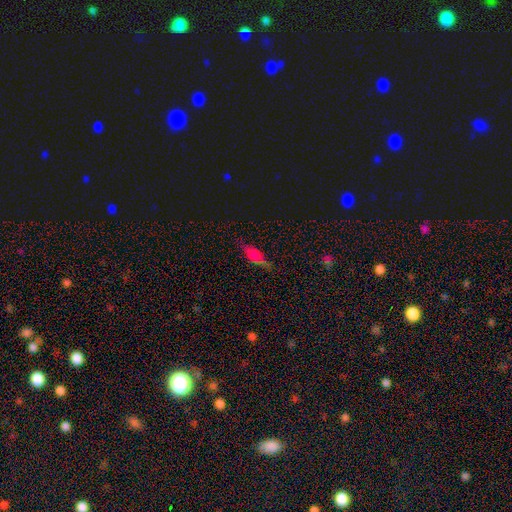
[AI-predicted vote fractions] Overall: smooth (46%; featured or disk 39%). Merging: none (78%).